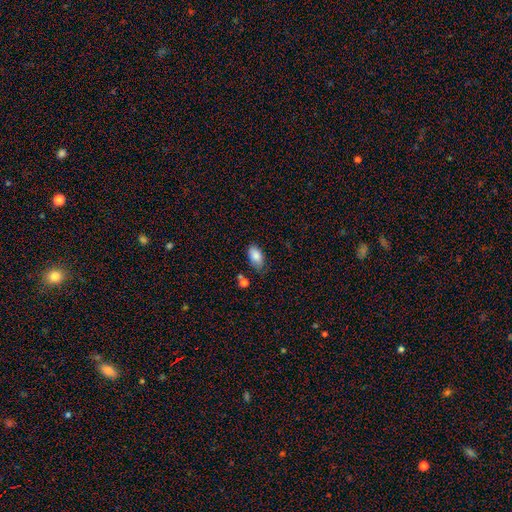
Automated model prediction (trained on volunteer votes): Morphology: type=smooth (84%); roundness=in between (92%); merging=none (65%).